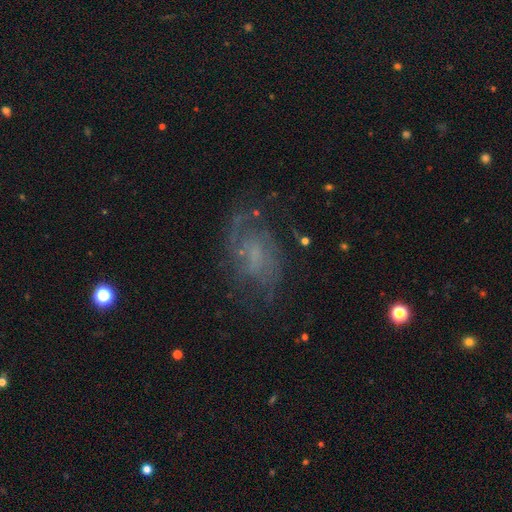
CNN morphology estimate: smooth_or_featured: featured or disk (p=0.70) [alt: smooth p=0.17]
disk_edge_on: no (p=0.97) [alt: yes p=0.03]
bar: no (p=0.54) [alt: weak p=0.39]
has_spiral_arms: yes (p=0.85) [alt: no p=0.15]
spiral_winding: medium (p=0.45) [alt: loose p=0.29]
spiral_arm_count: 2 (p=0.50) [alt: can't tell p=0.28]
bulge_size: none (p=0.45) [alt: small p=0.37]
merging: none (p=0.61) [alt: minor disturbance p=0.20]